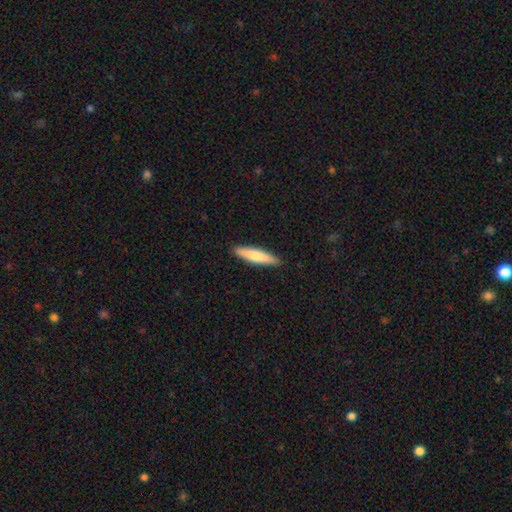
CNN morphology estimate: This is likely a smooth galaxy (75%). How rounded: clearly cigar-shaped (84%). Merging: clearly none (90%).